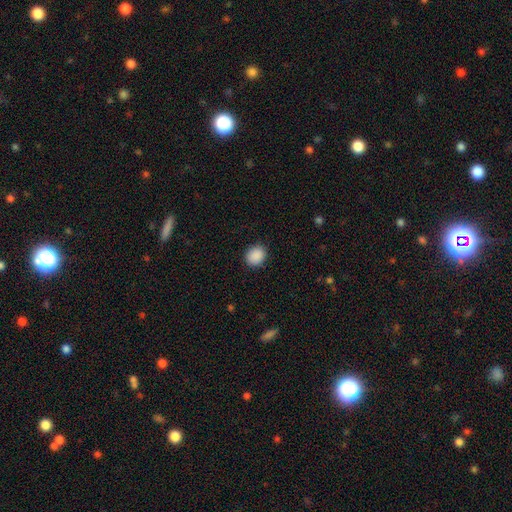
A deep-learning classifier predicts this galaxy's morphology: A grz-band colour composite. It shows a smooth galaxy with no disk features (90%) that is round (66%). Merging: none (89%).